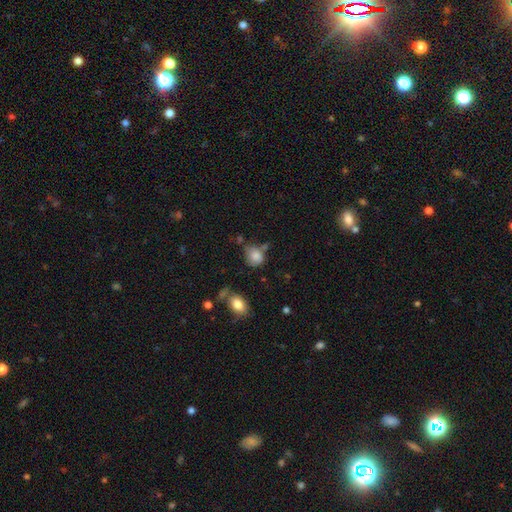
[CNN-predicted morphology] smooth 80%, star or artifact 10%, featured or disk 9%. Down the decision tree: how rounded — round (57%); merging — none (45%).